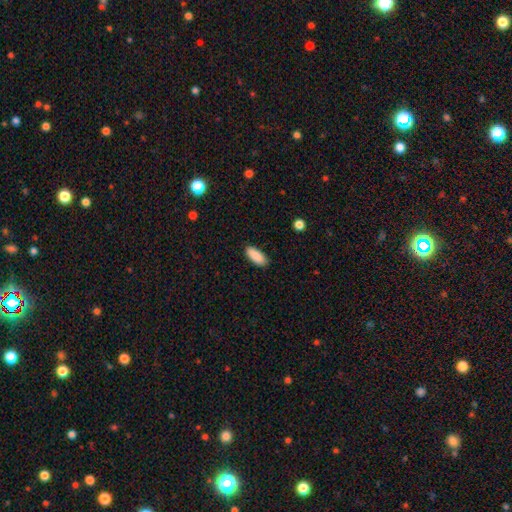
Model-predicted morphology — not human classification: Q: Smooth or featured?
A: smooth (90%); runner-up: star or artifact (6%)
Q: How rounded?
A: in between (83%); runner-up: cigar-shaped (16%)
Q: Merging?
A: none (88%); runner-up: minor disturbance (9%)